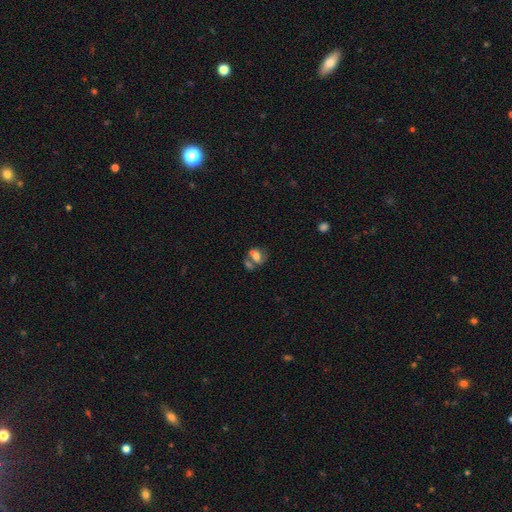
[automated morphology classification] This appears to be a smooth galaxy with no disk features (49%). Merging: merger (46%).